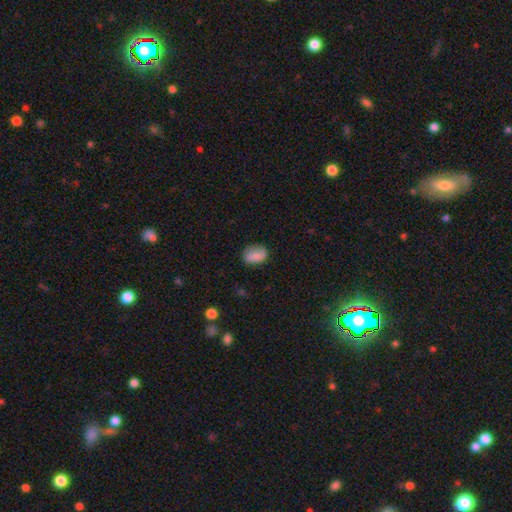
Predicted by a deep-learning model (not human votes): This is clearly a smooth galaxy (82%). How rounded: likely in between (80%). Merging: likely none (72%).